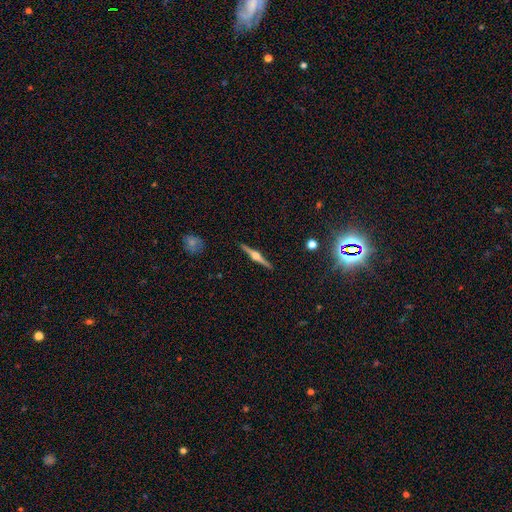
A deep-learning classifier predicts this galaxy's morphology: A featured or disk galaxy (82%) viewed edge-on (99%) with a rounded central bulge (92%). Merging: none (92%).